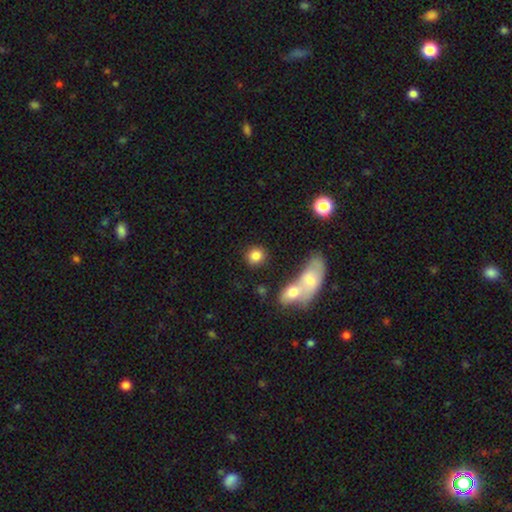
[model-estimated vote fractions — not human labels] Smooth or featured?
  - smooth: 83% *
  - star or artifact: 9%
  - featured or disk: 8%
How rounded?
  - round: 80% *
  - in between: 18%
  - cigar-shaped: 2%
Merging?
  - none: 74% *
  - merger: 13%
  - minor disturbance: 9%
  - major disturbance: 4%